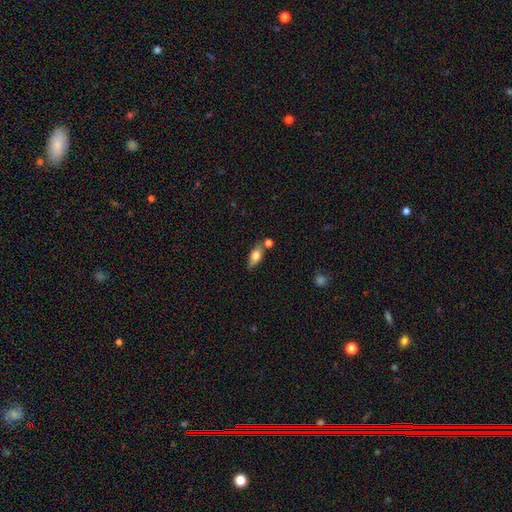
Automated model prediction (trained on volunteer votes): smooth 72%, featured or disk 21%, star or artifact 7%. Down the decision tree: how rounded — in between (78%); merging — none (64%).